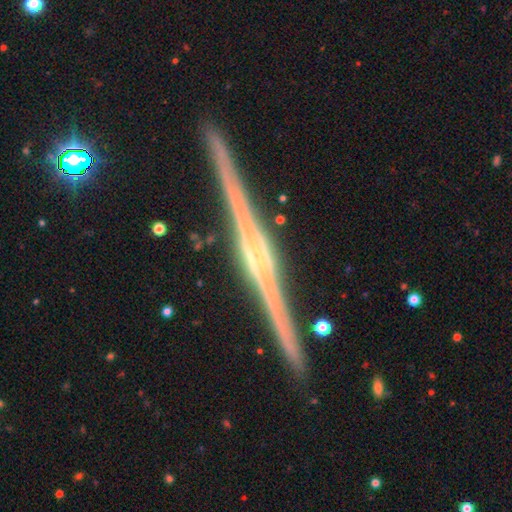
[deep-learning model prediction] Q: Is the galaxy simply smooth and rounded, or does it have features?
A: featured or disk — 90%.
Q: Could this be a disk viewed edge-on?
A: yes — 99%.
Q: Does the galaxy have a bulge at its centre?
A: rounded — 56%.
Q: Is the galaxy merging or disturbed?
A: none — 92%.